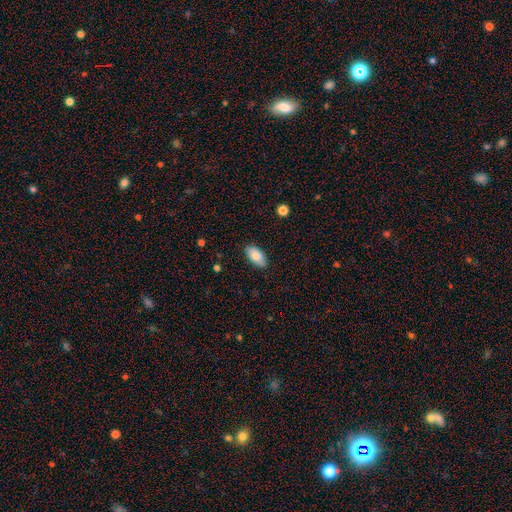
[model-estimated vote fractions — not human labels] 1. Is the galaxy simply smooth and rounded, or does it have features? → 84% smooth, 9% featured or disk, 7% star or artifact.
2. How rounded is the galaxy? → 94% in between, 4% cigar-shaped, 3% round.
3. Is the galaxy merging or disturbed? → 86% none, 11% minor disturbance, 2% major disturbance, 1% merger.